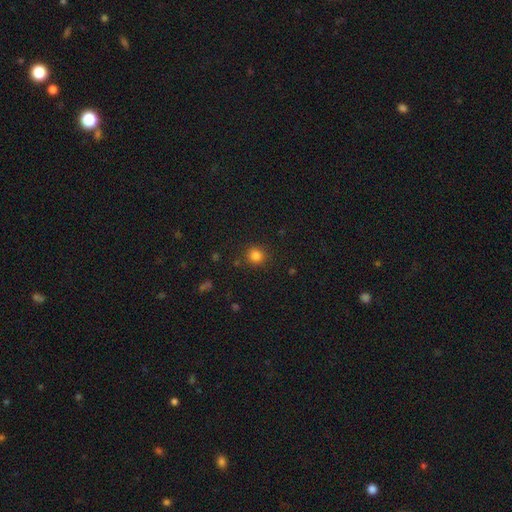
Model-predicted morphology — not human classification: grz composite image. It shows a smooth galaxy with no disk features (83%) that is round (90%). Merging: none (88%).